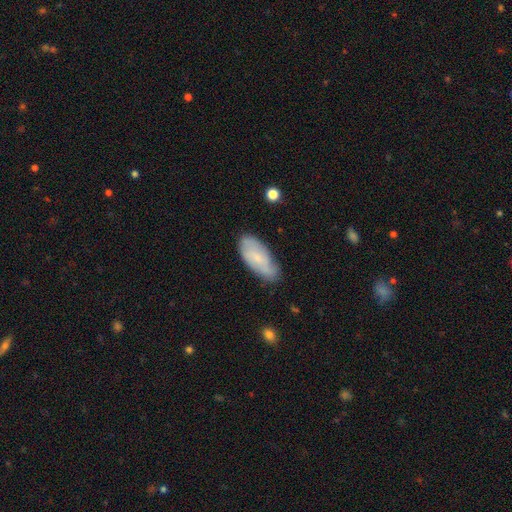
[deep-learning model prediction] A smooth galaxy with no disk features (54%) that is in between round and cigar-shaped (87%).

Vote fractions:
- Smooth or featured? smooth: 54% / featured or disk: 39% / star or artifact: 7%
- How rounded? in between: 87% / cigar-shaped: 11% / round: 2%
- Merging? none: 68% / minor disturbance: 25% / major disturbance: 5% / merger: 2%